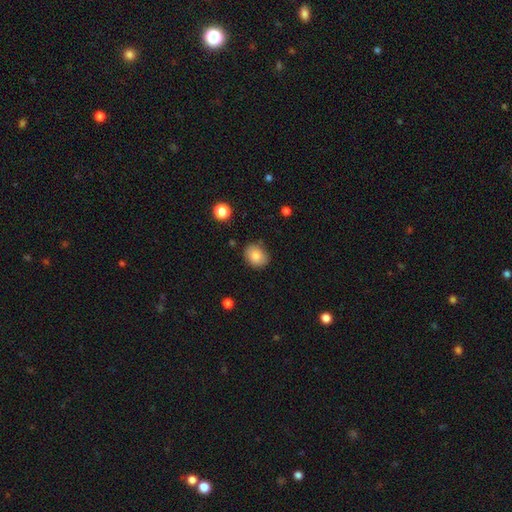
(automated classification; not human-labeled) This is clearly a smooth galaxy (84%). How rounded: possibly round (52%). Merging: clearly none (80%).